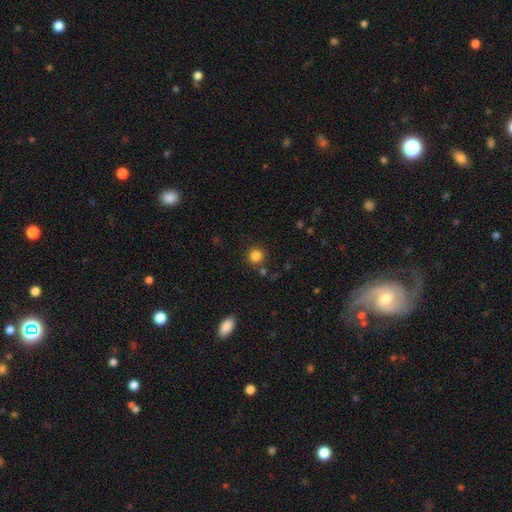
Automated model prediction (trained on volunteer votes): This is clearly a smooth galaxy (84%). How rounded: clearly round (94%). Merging: clearly none (86%).